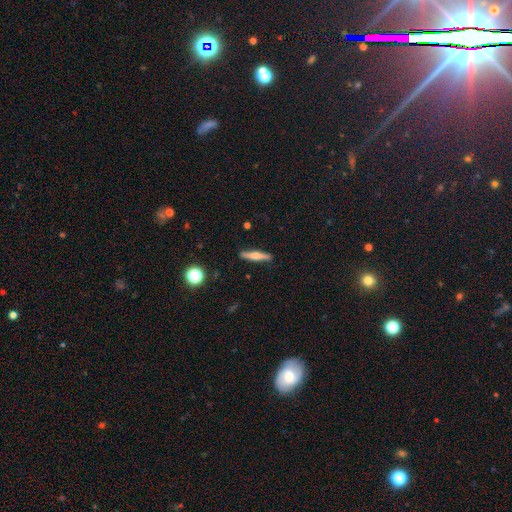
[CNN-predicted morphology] The model was most divided on "smooth or featured": featured or disk: 51%, smooth: 42%, star or artifact: 7%. More confident: edge-on disk — yes (96%); merging — none (89%).